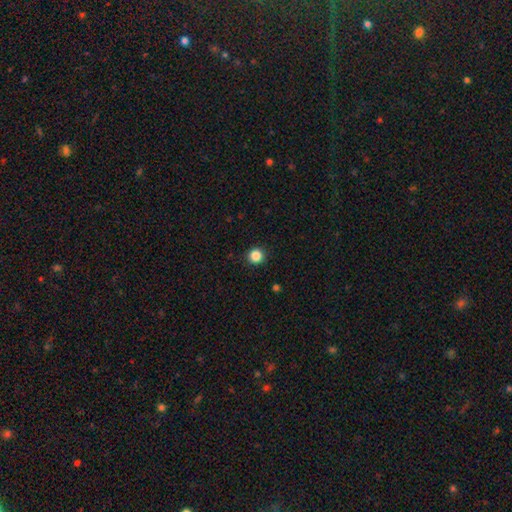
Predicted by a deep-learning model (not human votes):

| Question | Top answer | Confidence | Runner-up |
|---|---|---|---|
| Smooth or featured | smooth | 86% | star or artifact (11%) |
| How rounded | round | 95% | in between (4%) |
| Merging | none | 93% | minor disturbance (4%) |